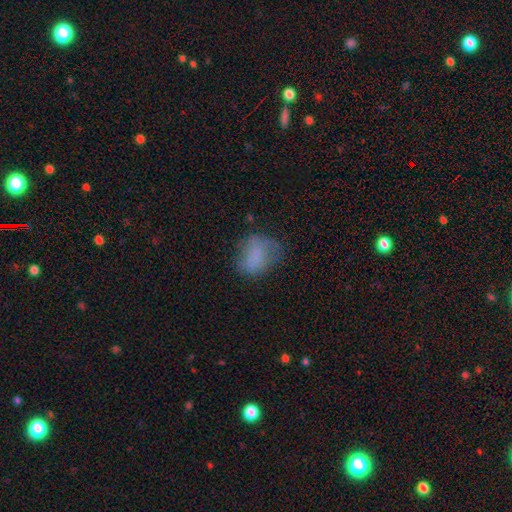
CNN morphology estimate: A smooth galaxy with no disk features (71%) that is in between round and cigar-shaped (60%).

Vote fractions:
- Smooth or featured? smooth: 71% / featured or disk: 18% / star or artifact: 11%
- How rounded? in between: 60% / round: 39% / cigar-shaped: 1%
- Merging? none: 49% / minor disturbance: 29% / major disturbance: 19% / merger: 2%